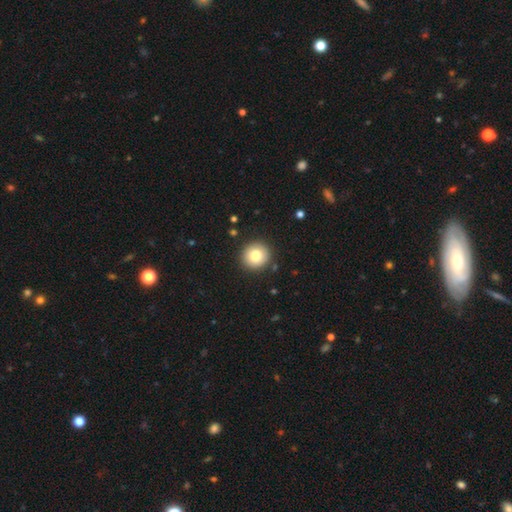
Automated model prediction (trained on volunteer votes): Smooth or featured? smooth (80%)
How rounded? round (93%)
Merging? none (91%)